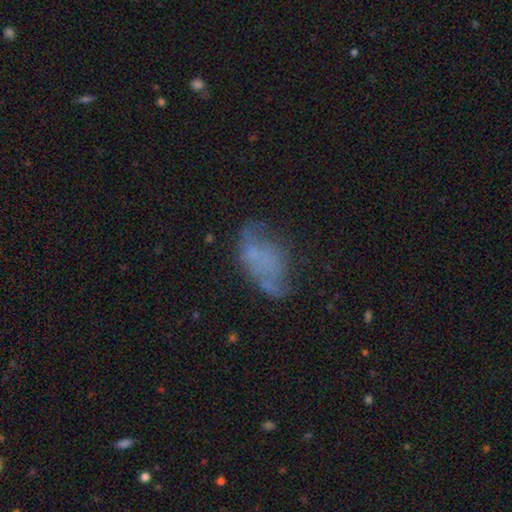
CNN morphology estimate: Smooth or featured?
  - featured or disk: 44% *
  - smooth: 41%
  - star or artifact: 14%
Merging?
  - none: 39% *
  - minor disturbance: 27%
  - major disturbance: 27%
  - merger: 7%